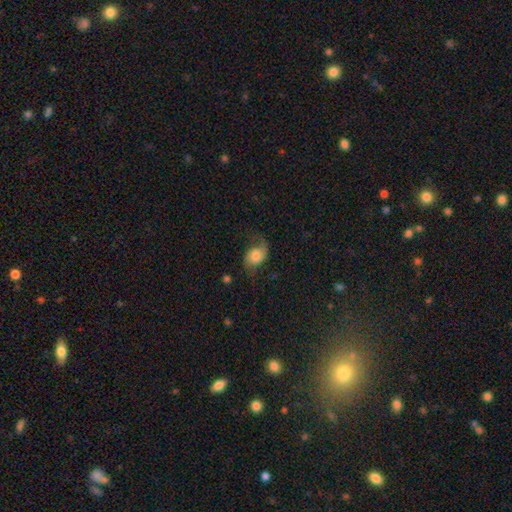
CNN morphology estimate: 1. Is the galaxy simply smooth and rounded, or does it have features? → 48% smooth, 43% featured or disk, 9% star or artifact.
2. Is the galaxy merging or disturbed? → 53% none, 24% minor disturbance, 21% major disturbance, 2% merger.